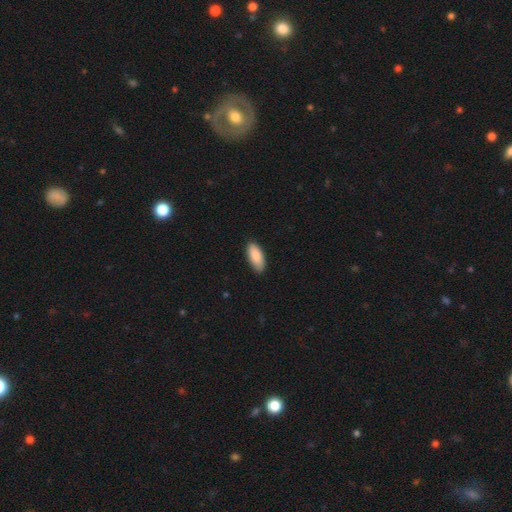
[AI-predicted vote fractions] smooth-or-featured: smooth: 89% | featured or disk: 6% | star or artifact: 6%
  how-rounded: in between: 85% | cigar-shaped: 13% | round: 2%
  merging: none: 87% | minor disturbance: 10% | major disturbance: 2% | merger: 1%